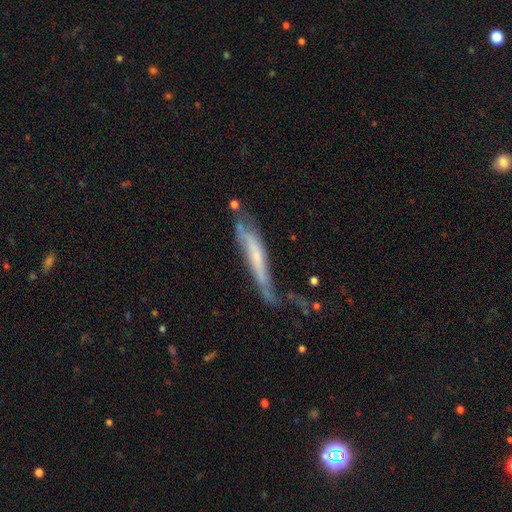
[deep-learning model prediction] smooth-or-featured: featured or disk: 53% | smooth: 40% | star or artifact: 8%
  disk-edge-on: yes: 66% | no: 34%
  merging: none: 33% | minor disturbance: 29% | major disturbance: 29% | merger: 9%